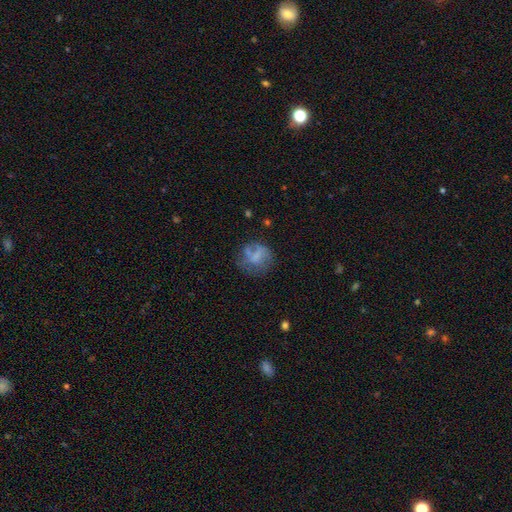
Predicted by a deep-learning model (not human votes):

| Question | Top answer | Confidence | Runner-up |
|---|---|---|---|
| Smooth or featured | smooth | 53% | featured or disk (36%) |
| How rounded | round | 75% | in between (24%) |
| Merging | none | 48% | major disturbance (23%) |